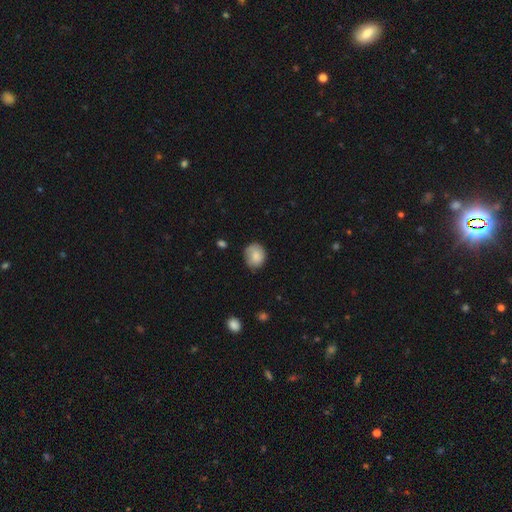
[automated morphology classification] This appears to be a smooth galaxy with no disk features (79%) that is round (72%). Merging: none (69%).